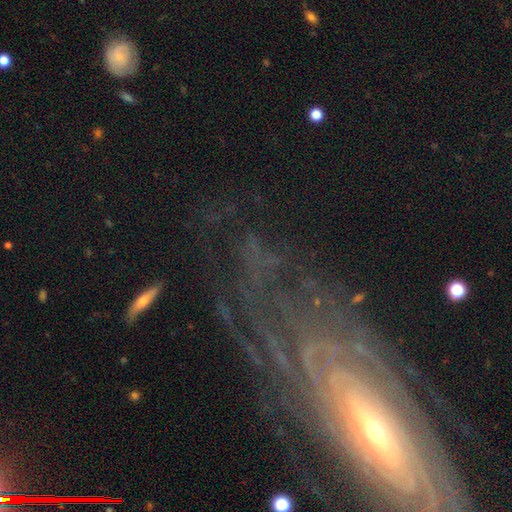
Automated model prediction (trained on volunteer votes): Smooth or featured: featured or disk — 66% (star or artifact — 20%)
Edge-on disk: no — 84% (yes — 16%)
Bar: no — 54% (weak — 28%)
Spiral arms: yes — 85% (no — 15%)
Bulge size: small — 58% (moderate — 24%)
Merging: none — 69% (minor disturbance — 16%)